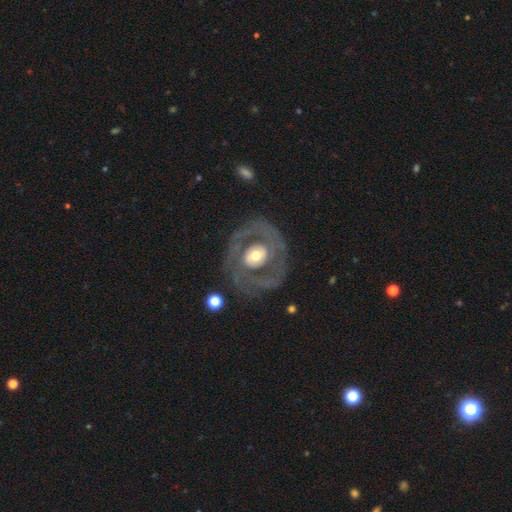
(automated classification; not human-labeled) Morphology: type=featured or disk (74%); edge-on=no (96%); bar=no (70%); spiral arms=yes (56%); bulge=moderate (60%); merging=none (70%).